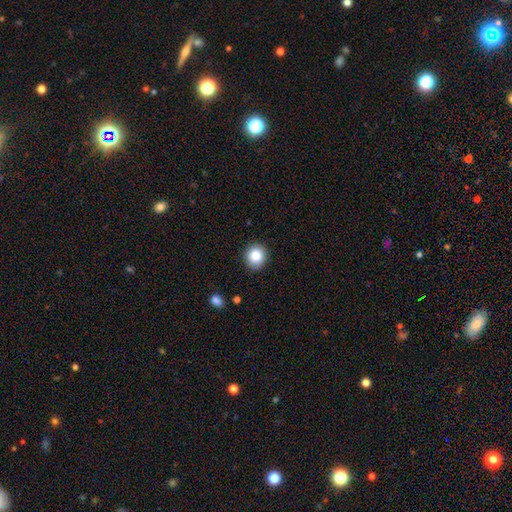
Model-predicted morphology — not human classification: Smooth or featured? smooth (85%)
How rounded? round (82%)
Merging? none (86%)